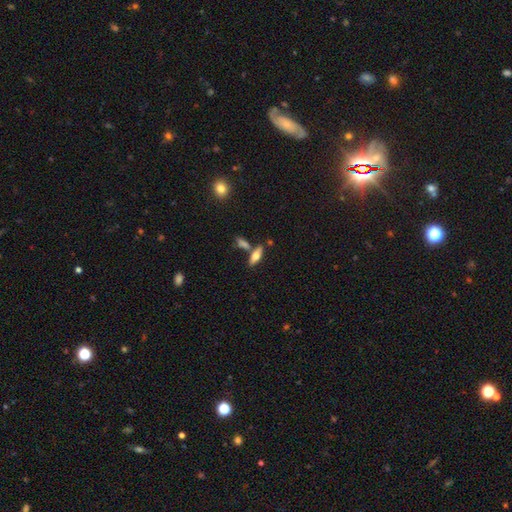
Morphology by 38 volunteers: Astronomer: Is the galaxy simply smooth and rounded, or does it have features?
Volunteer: smooth — 58% (runner-up: featured or disk, 42%).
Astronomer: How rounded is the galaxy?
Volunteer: in between — 59% (runner-up: cigar-shaped, 41%).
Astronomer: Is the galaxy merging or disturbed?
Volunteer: none — 45% (runner-up: merger, 39%).